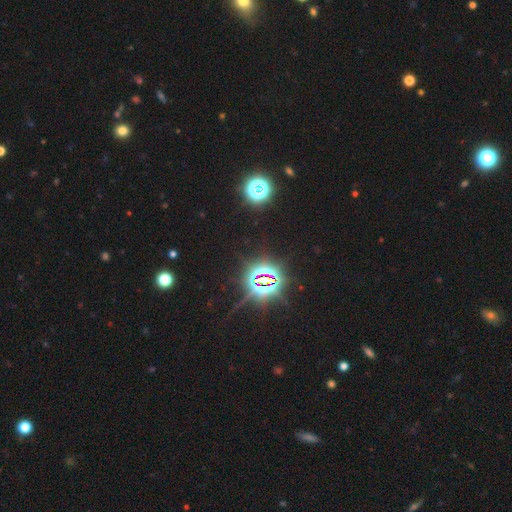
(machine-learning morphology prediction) Smooth or featured?
  - star or artifact: 83% *
  - smooth: 11%
  - featured or disk: 6%